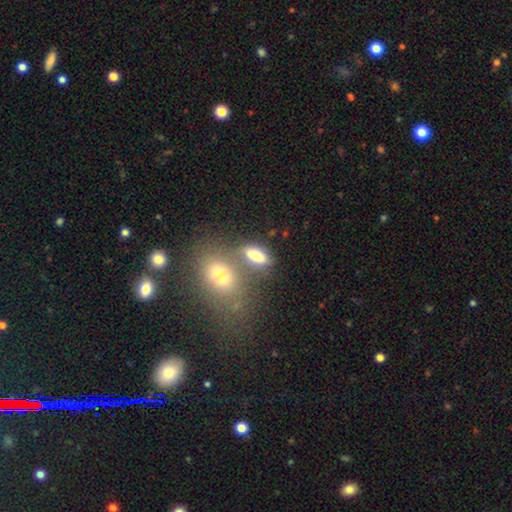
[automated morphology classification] Overall: smooth (75%). How rounded: in between (83%). Merging: none (50%; merger 29%).